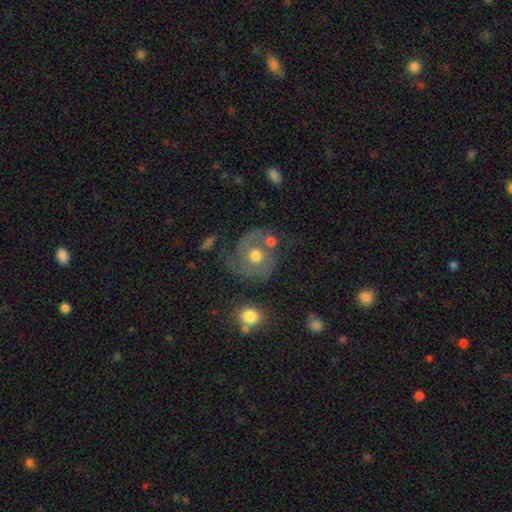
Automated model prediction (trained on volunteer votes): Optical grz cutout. It shows a featured or disk galaxy (66%) with no bar (82%), spiral arms (76%) and a moderate central bulge (72%). Merging: none (54%).